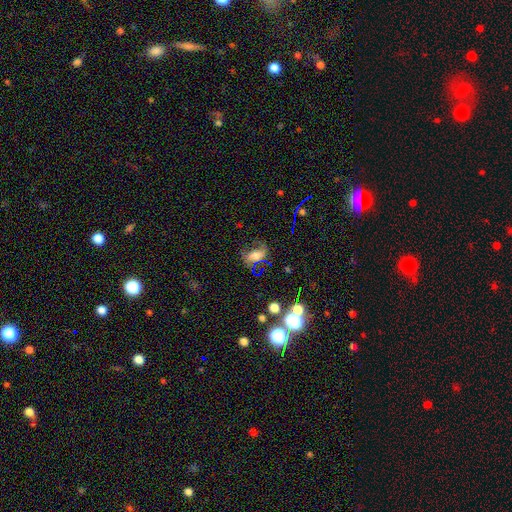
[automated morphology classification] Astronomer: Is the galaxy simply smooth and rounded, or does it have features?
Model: smooth — 44% (runner-up: featured or disk, 37%).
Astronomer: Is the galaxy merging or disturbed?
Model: none — 50%.